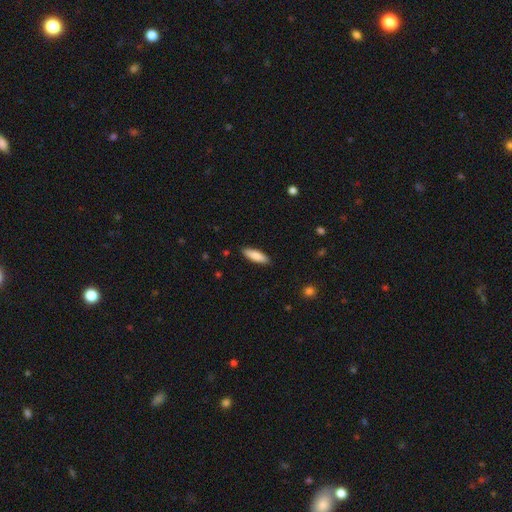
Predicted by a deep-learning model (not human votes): This appears to be a smooth galaxy with no disk features (84%) that is cigar-shaped (50%). Merging: none (89%).